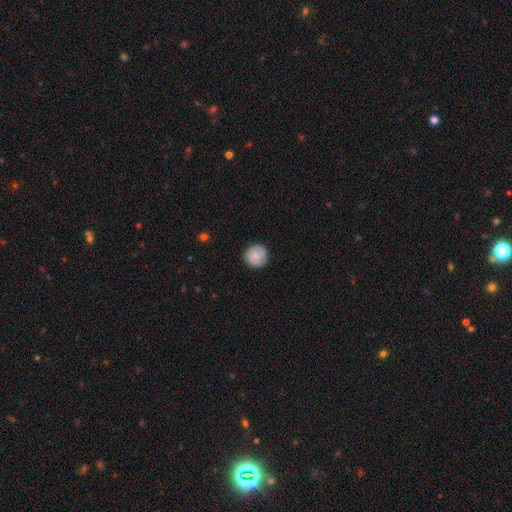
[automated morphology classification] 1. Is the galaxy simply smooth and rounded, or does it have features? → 72% smooth, 21% featured or disk, 7% star or artifact.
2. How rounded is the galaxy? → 93% round, 6% in between, 1% cigar-shaped.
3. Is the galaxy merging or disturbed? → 82% none, 14% minor disturbance, 3% major disturbance, 2% merger.